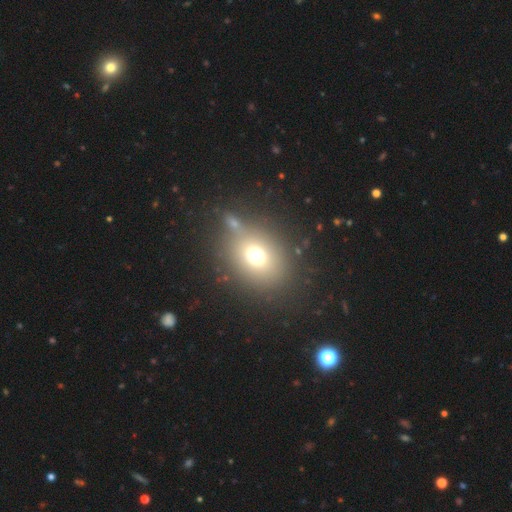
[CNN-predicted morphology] Smooth or featured? smooth (68%)
How rounded? round (62%)
Merging? none (69%)